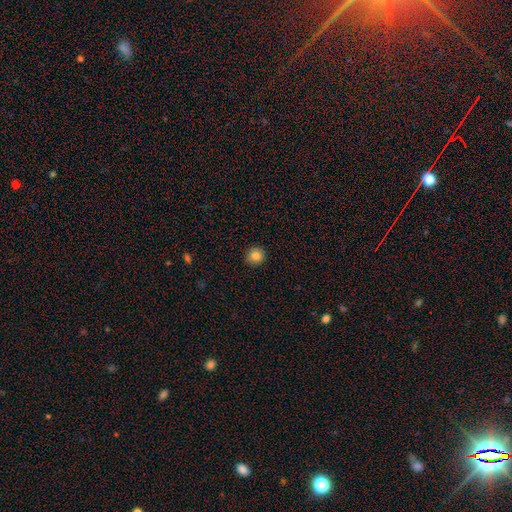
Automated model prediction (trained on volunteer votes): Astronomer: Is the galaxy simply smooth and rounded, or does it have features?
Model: smooth — 84%.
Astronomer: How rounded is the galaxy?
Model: round — 93%.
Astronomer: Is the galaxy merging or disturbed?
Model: none — 92%.